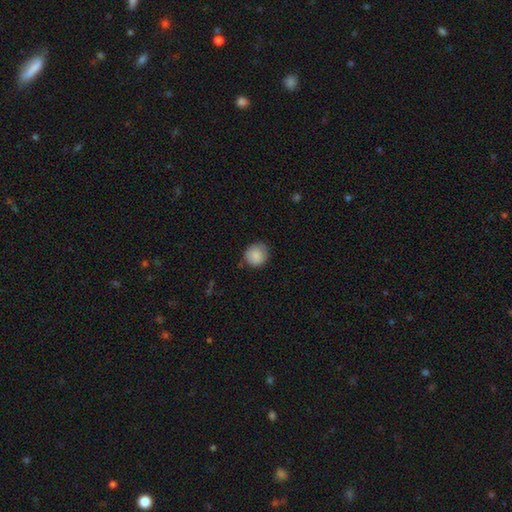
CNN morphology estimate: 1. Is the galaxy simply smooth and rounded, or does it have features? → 86% smooth, 8% star or artifact, 6% featured or disk.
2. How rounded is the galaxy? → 87% round, 13% in between, 1% cigar-shaped.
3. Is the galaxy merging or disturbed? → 75% none, 20% minor disturbance, 3% major disturbance, 2% merger.